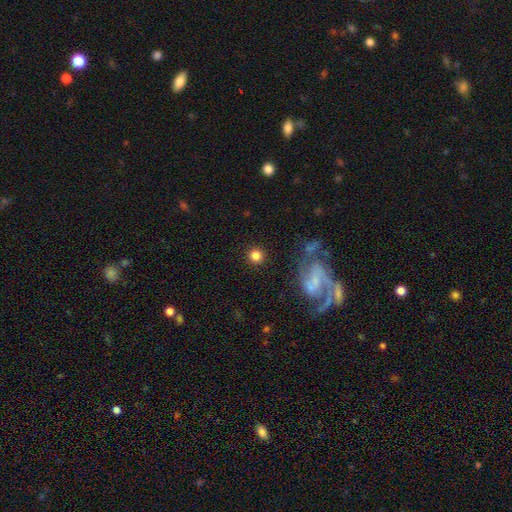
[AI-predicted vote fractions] smooth_or_featured: smooth (p=0.81) [alt: star or artifact p=0.11]
how_rounded: round (p=0.93) [alt: in between p=0.06]
merging: none (p=0.87) [alt: minor disturbance p=0.06]